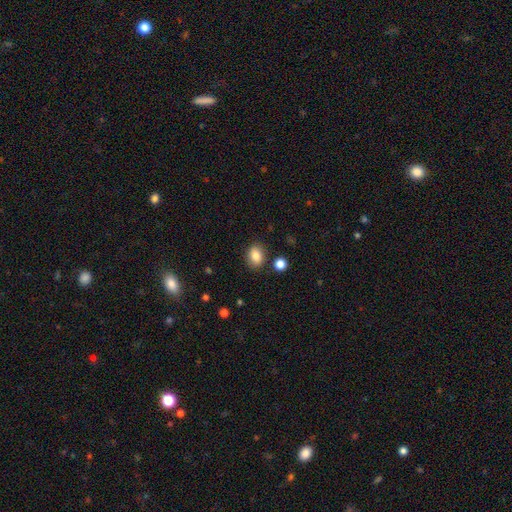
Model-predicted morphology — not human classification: This appears to be a smooth galaxy with no disk features (84%) that is in between round and cigar-shaped (62%). Merging: none (83%).